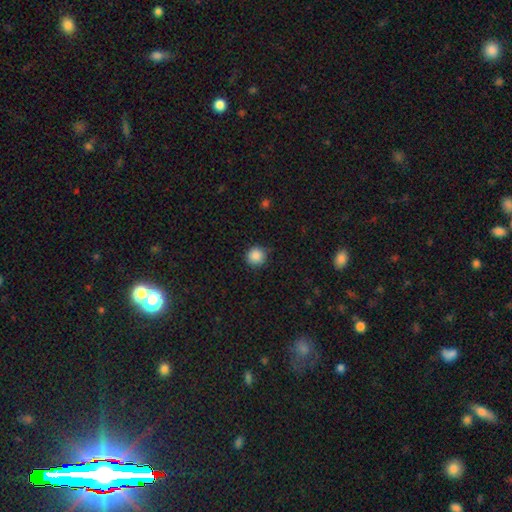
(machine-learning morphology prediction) The model was most divided on "smooth or featured": smooth: 87%, star or artifact: 10%, featured or disk: 3%. More confident: how rounded — round (95%); merging — none (88%).